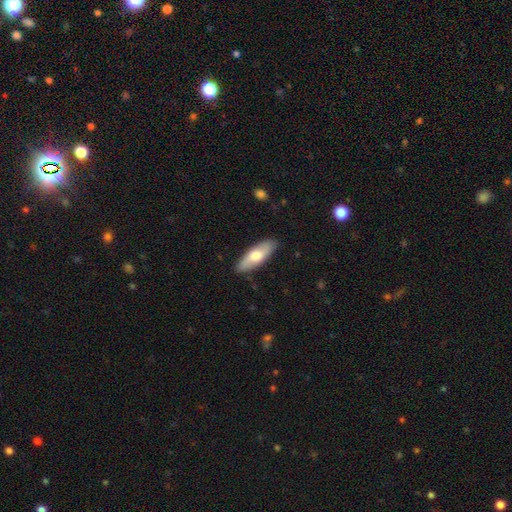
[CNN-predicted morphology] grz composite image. It shows a smooth galaxy with no disk features (63%) that is in between round and cigar-shaped (67%). Merging: none (86%).